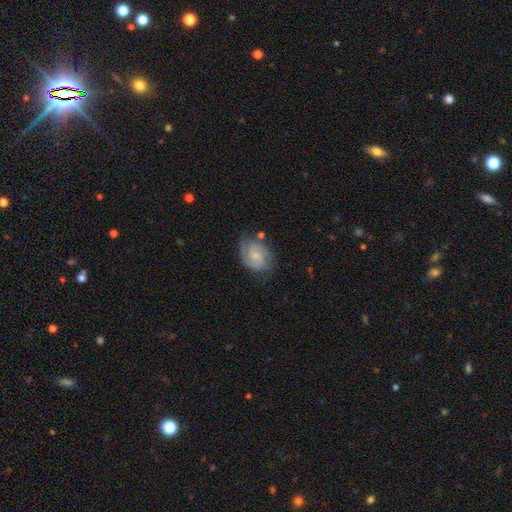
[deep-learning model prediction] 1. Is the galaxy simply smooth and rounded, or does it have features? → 80% featured or disk, 14% smooth, 6% star or artifact.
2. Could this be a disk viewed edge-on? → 98% no, 2% yes.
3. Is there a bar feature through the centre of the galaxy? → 48% no, 45% weak, 7% strong.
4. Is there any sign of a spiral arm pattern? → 96% yes, 4% no.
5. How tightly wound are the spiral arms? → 47% tight, 44% medium, 9% loose.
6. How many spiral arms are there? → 77% 2, 9% 3, 8% can't tell, 2% 1, 2% 4, 2% more than 4.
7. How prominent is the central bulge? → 50% small, 27% moderate, 20% none, 2% large, 1% dominant.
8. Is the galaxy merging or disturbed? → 69% none, 21% minor disturbance, 7% major disturbance, 4% merger.